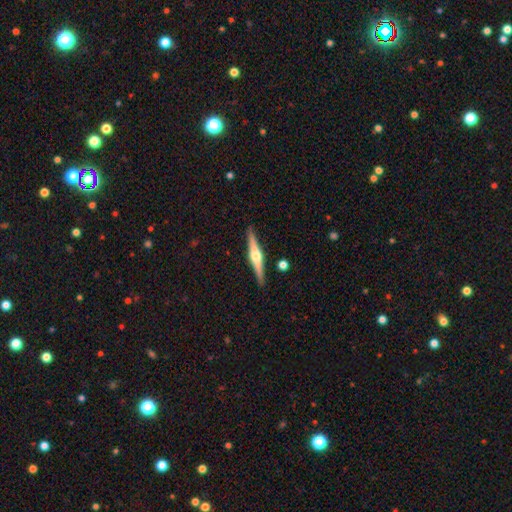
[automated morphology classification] Smooth or featured: featured or disk — 77% (smooth — 18%)
Edge-on disk: yes — 98% (no — 2%)
Edge-on bulge: rounded — 93% (boxy — 5%)
Merging: none — 90% (minor disturbance — 7%)